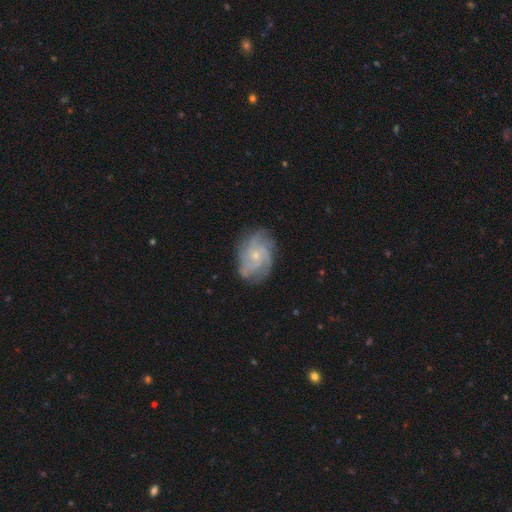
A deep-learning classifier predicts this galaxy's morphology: Overall: featured or disk (84%). Edge-on disk: no (97%). Bar: no (75%). Spiral arms: yes (97%). Spiral arm count: 4 (32%; 3 23%). Spiral winding: tight (52%; medium 38%). Bulge size: small (73%). Merging: none (77%).